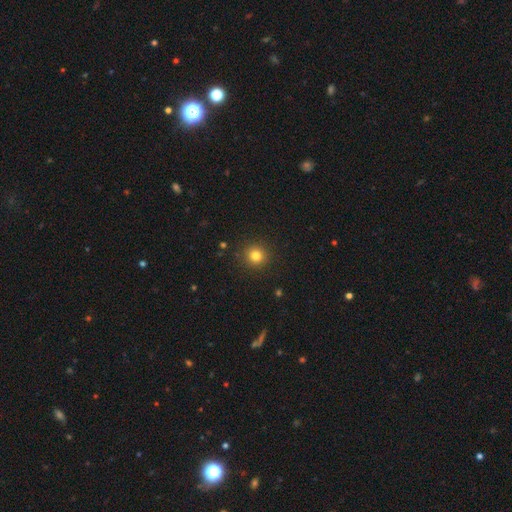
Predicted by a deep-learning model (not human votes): Smooth or featured? smooth (81%)
How rounded? round (94%)
Merging? none (91%)